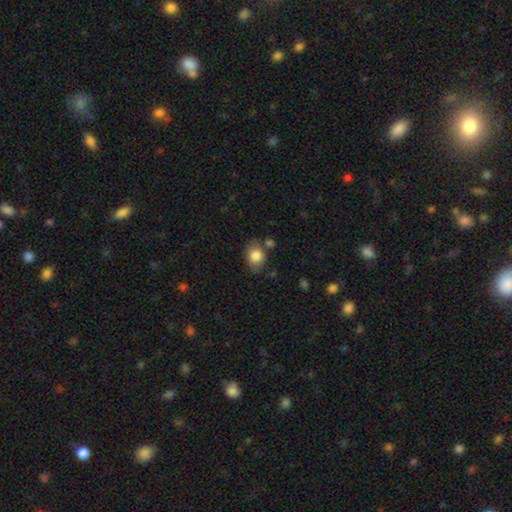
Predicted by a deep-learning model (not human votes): Smooth or featured? smooth (83%)
How rounded? in between (60%)
Merging? none (69%)